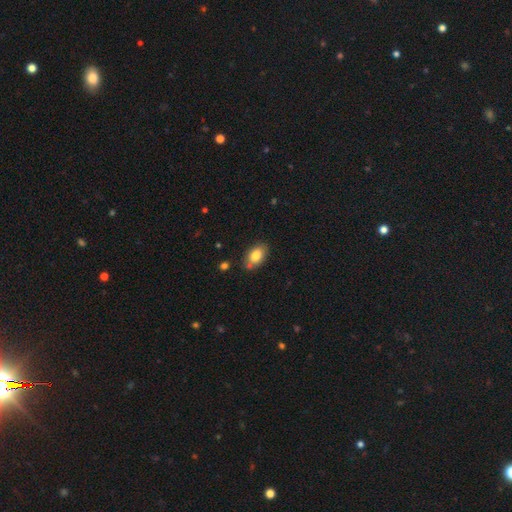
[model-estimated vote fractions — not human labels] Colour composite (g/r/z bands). It shows a smooth galaxy with no disk features (83%) that is in between round and cigar-shaped (90%). Merging: none (74%).